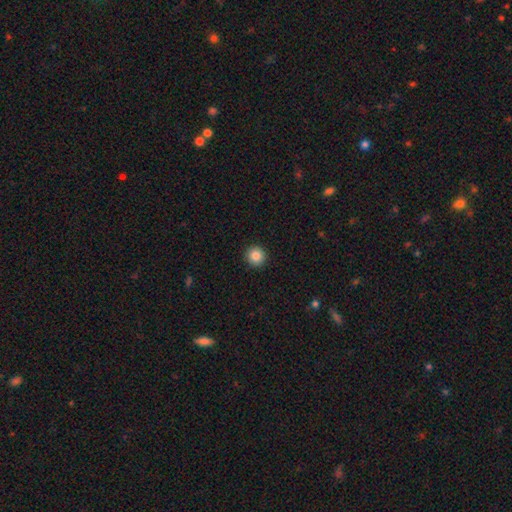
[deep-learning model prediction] Overall: smooth (87%). How rounded: round (95%). Merging: none (93%).